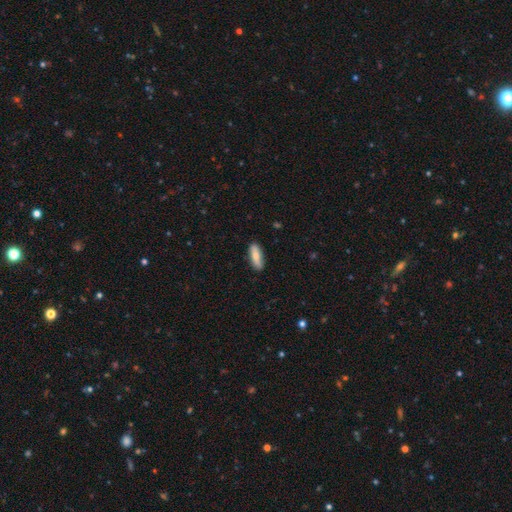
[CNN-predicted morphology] Smooth or featured?
  - smooth: 69% *
  - featured or disk: 25%
  - star or artifact: 6%
How rounded?
  - in between: 58% *
  - cigar-shaped: 39%
  - round: 3%
Merging?
  - none: 87% *
  - minor disturbance: 11%
  - major disturbance: 2%
  - merger: 1%